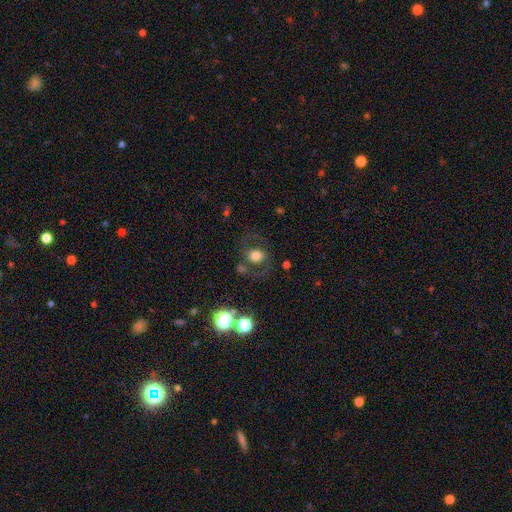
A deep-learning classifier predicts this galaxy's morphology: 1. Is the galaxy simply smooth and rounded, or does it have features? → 57% smooth, 30% featured or disk, 13% star or artifact.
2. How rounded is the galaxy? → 71% round, 28% in between, 1% cigar-shaped.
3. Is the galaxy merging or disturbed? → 67% none, 14% minor disturbance, 14% major disturbance, 5% merger.